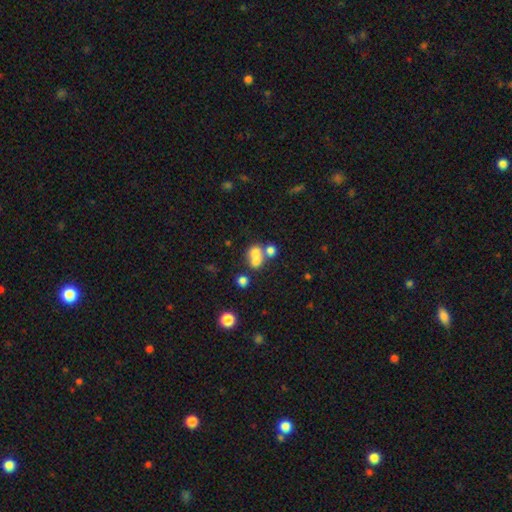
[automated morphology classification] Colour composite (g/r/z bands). It shows a smooth galaxy with no disk features (65%) that is round (71%). Merging: merger (58%).